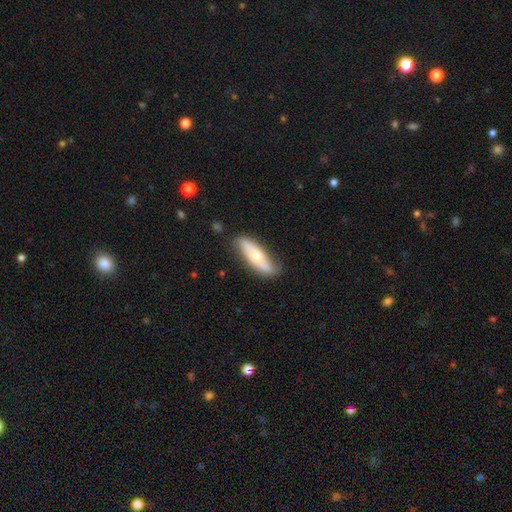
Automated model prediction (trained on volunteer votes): This appears to be a smooth galaxy with no disk features (52%) that is in between round and cigar-shaped (50%). Merging: none (77%).